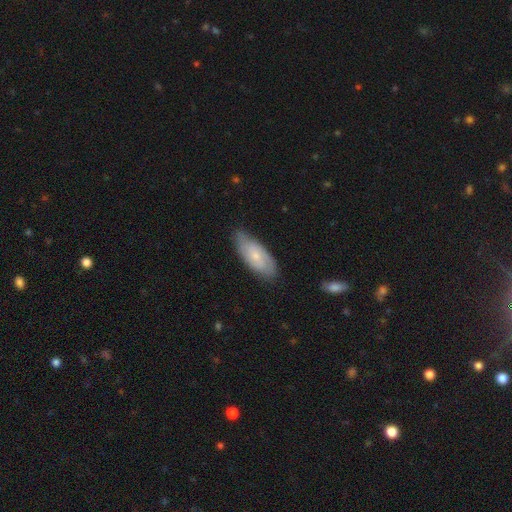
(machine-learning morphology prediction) smooth 47% (tied), featured or disk 47% (tied), star or artifact 6%. Down the decision tree: merging — none (73%).